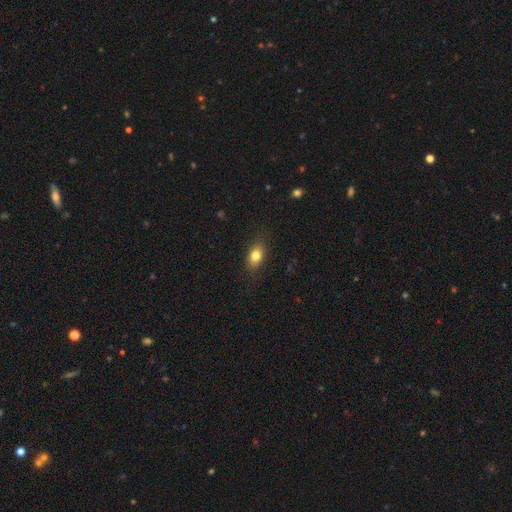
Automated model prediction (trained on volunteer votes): This is likely a smooth galaxy (80%). How rounded: clearly in between (82%). Merging: clearly none (85%).